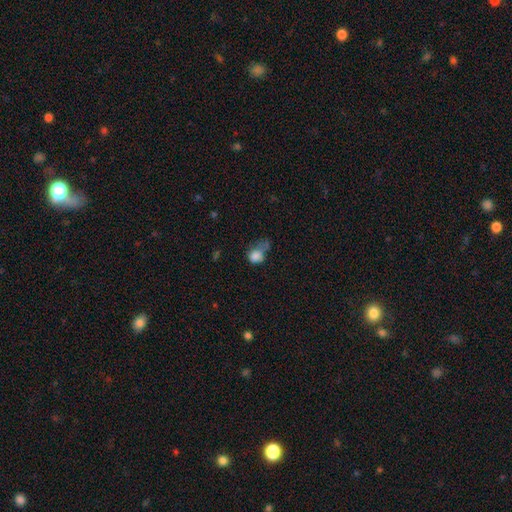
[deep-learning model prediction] Smooth or featured? smooth (78%)
How rounded? round (53%)
Merging? major disturbance (32%)